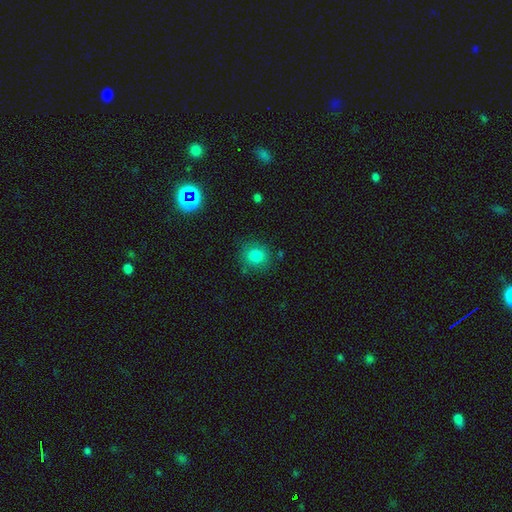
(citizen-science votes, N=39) smooth_or_featured: smooth (p=0.85) [alt: featured or disk p=0.08]
how_rounded: round (p=0.88) [alt: in between p=0.12]
merging: none (p=0.83) [alt: major disturbance p=0.08]